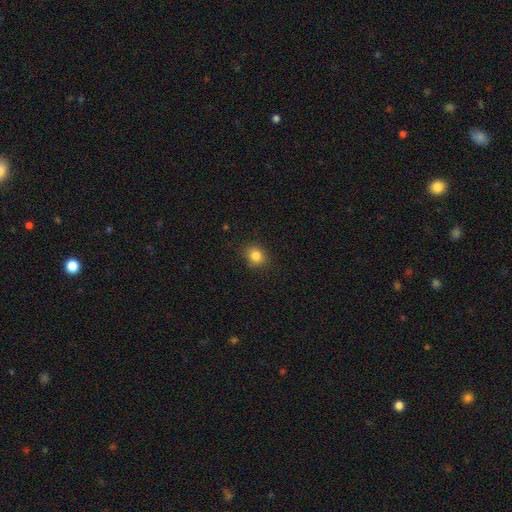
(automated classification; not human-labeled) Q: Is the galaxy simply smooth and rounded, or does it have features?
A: smooth — 84%.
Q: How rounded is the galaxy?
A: round — 69%.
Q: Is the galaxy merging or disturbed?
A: none — 86%.